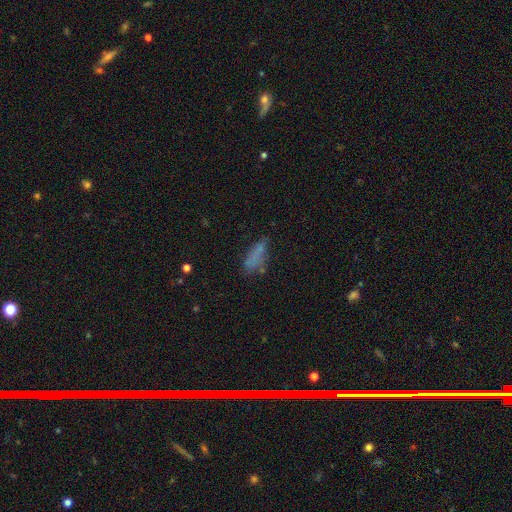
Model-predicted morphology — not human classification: Smooth or featured? Predicted: smooth (p=0.67). How rounded? Predicted: in between (p=0.60). Merging? Predicted: none (p=0.50).